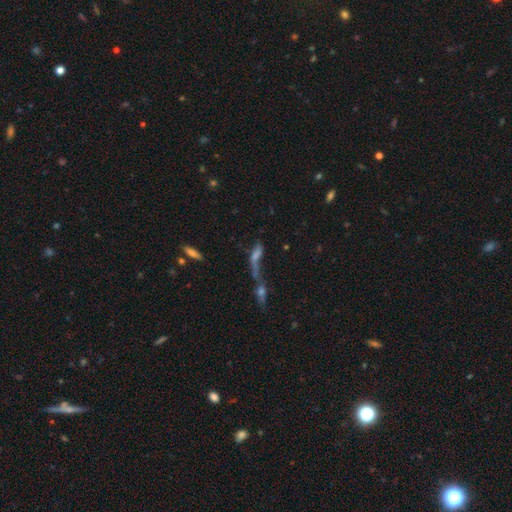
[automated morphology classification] This is marginally a smooth galaxy (41%). Merging: likely merger (60%).